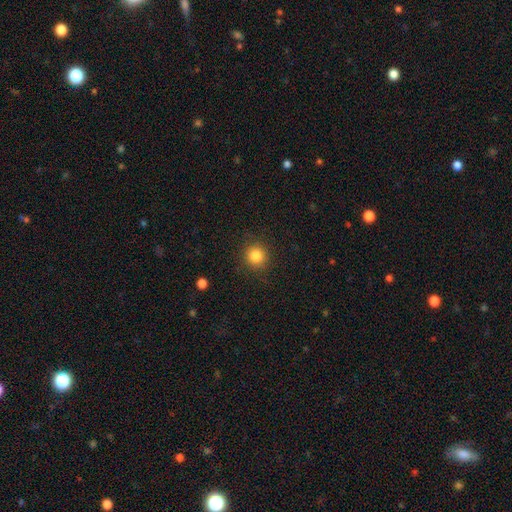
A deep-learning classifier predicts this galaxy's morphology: A smooth galaxy with no disk features (84%) that is round (92%). Merging: none (90%).